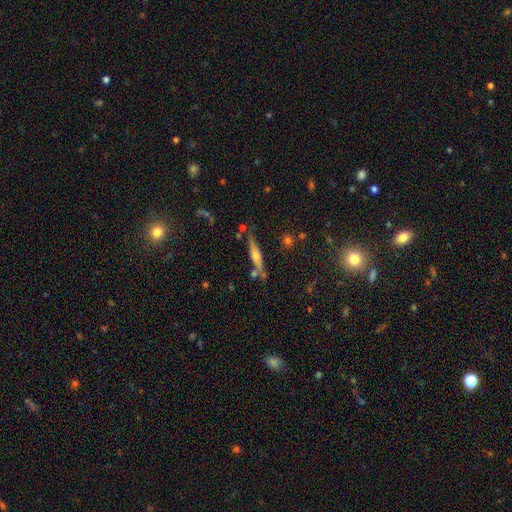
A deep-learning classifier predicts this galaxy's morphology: A featured or disk galaxy (58%) viewed edge-on (94%) with a rounded central bulge (84%). Merging: none (75%).